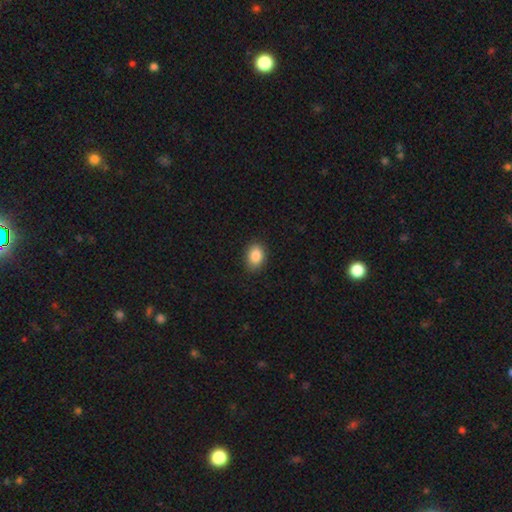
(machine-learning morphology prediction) Smooth or featured: smooth — 87% (star or artifact — 8%)
How rounded: in between — 75% (round — 24%)
Merging: none — 87% (minor disturbance — 10%)